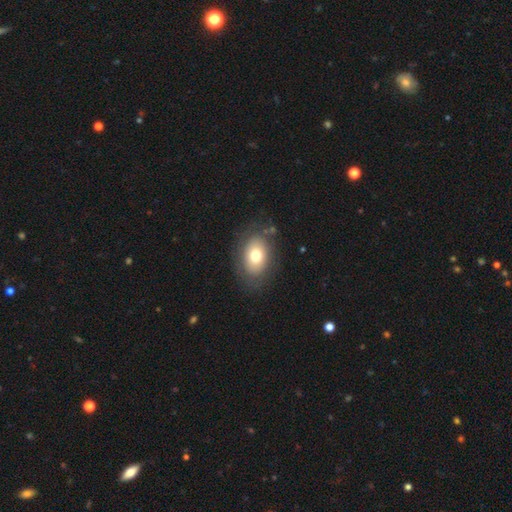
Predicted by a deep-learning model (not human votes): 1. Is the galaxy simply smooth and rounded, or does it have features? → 70% smooth, 22% featured or disk, 8% star or artifact.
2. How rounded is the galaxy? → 83% in between, 16% round, 1% cigar-shaped.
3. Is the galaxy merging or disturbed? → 79% none, 14% minor disturbance, 6% major disturbance, 2% merger.